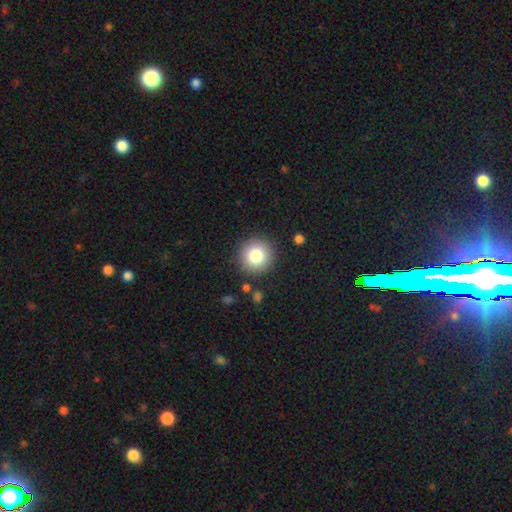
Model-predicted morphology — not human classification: This is clearly a smooth galaxy (81%). How rounded: clearly round (95%). Merging: clearly none (89%).